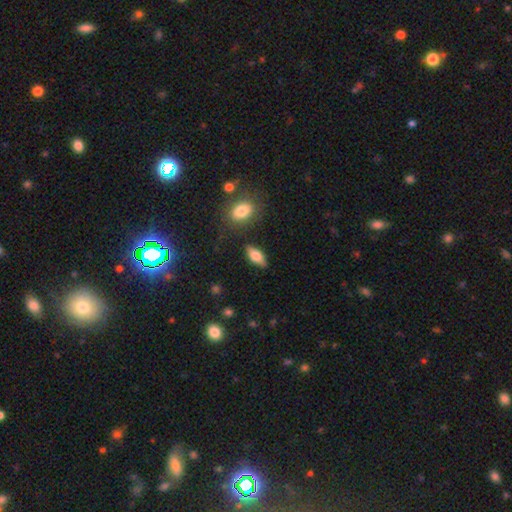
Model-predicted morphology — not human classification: Overall: smooth (72%). How rounded: in between (80%). Merging: none (81%).